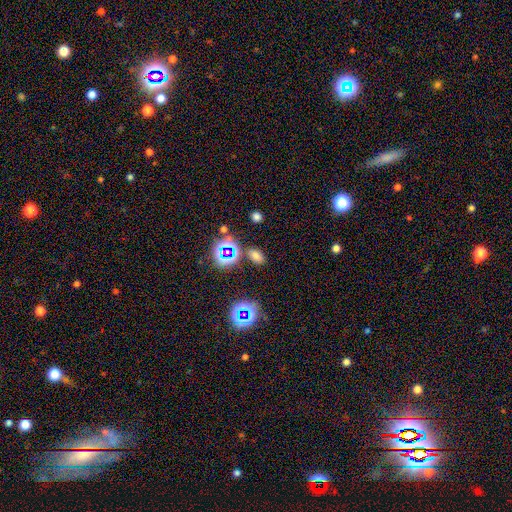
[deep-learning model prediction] This is likely a smooth galaxy (62%). How rounded: clearly in between (85%). Merging: likely none (78%).